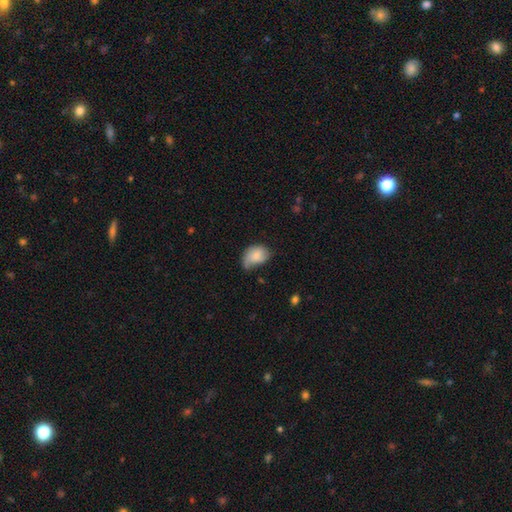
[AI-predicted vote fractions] The model was most divided on "merging": minor disturbance: 42%, none: 36%, major disturbance: 18%, merger: 3%. More confident: how rounded — in between (77%); smooth or featured — smooth (69%).